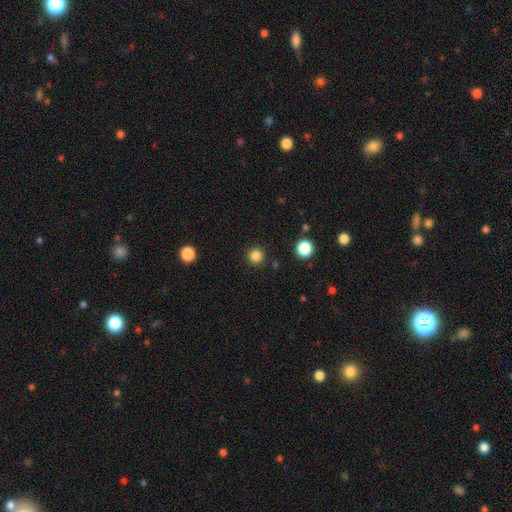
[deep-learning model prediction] Morphology: type=smooth (84%); roundness=round (95%); merging=none (91%).